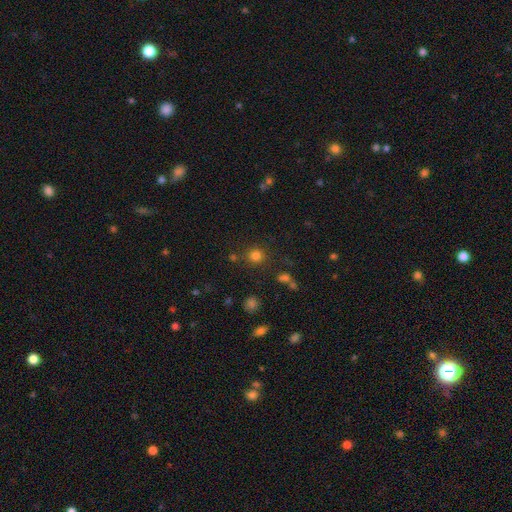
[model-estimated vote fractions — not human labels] Morphology: type=smooth (78%); roundness=round (91%); merging=none (82%).